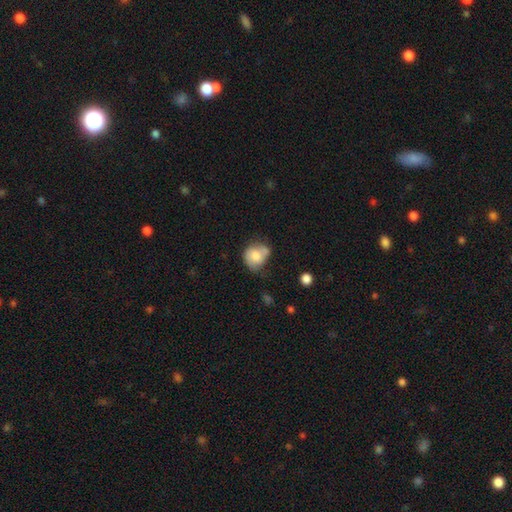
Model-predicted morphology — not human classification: A smooth galaxy with no disk features (68%) that is round (63%). Merging: none (38%).